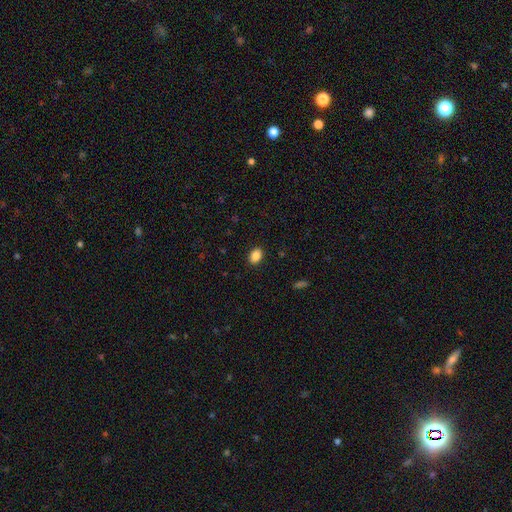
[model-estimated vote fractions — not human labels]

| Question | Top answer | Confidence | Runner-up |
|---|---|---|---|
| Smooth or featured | smooth | 88% | star or artifact (9%) |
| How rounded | in between | 77% | round (22%) |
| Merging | none | 89% | minor disturbance (8%) |